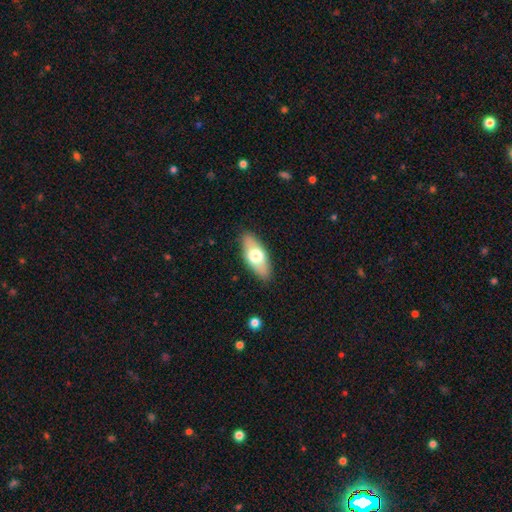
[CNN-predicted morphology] smooth 61%, featured or disk 33%, star or artifact 6%. Down the decision tree: how rounded — in between (80%); merging — none (87%).